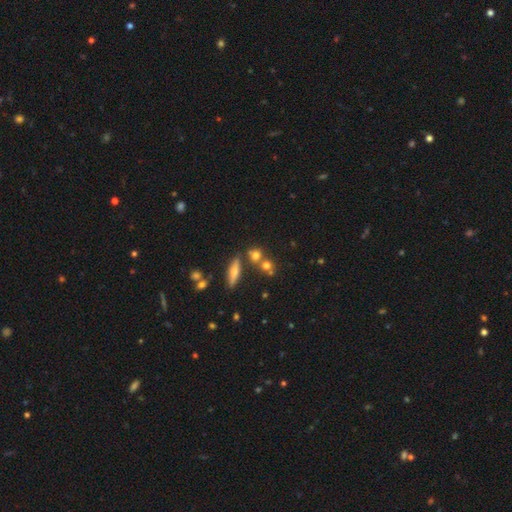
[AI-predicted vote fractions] Overall: smooth (69%). How rounded: round (66%). Merging: none (57%; merger 29%).